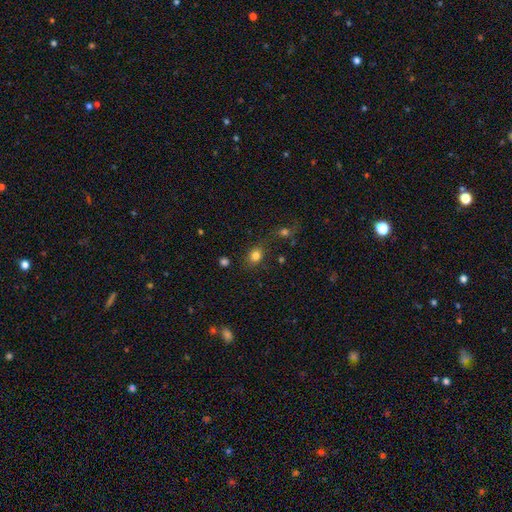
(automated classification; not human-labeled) Smooth or featured: smooth — 81% (star or artifact — 12%)
How rounded: round — 55% (in between — 43%)
Merging: none — 70% (minor disturbance — 14%)